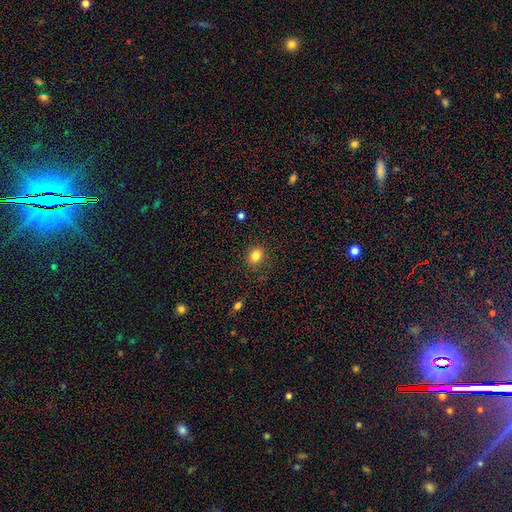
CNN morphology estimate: Smooth or featured?
  - smooth: 82% *
  - star or artifact: 12%
  - featured or disk: 6%
How rounded?
  - round: 62% *
  - in between: 37%
  - cigar-shaped: 1%
Merging?
  - none: 85% *
  - minor disturbance: 10%
  - major disturbance: 3%
  - merger: 1%